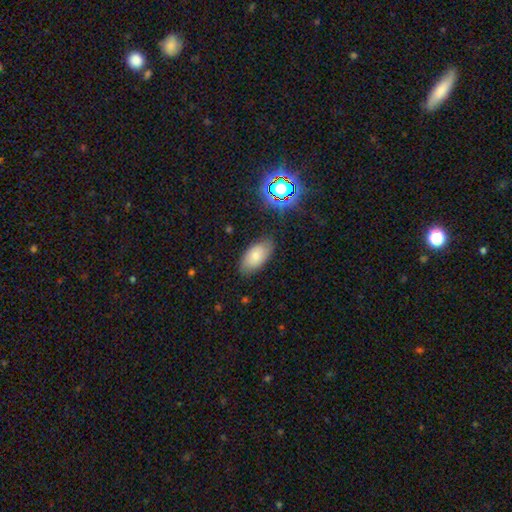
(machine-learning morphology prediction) Smooth or featured: smooth — 76% (featured or disk — 14%)
How rounded: in between — 94% (round — 3%)
Merging: none — 80% (minor disturbance — 15%)